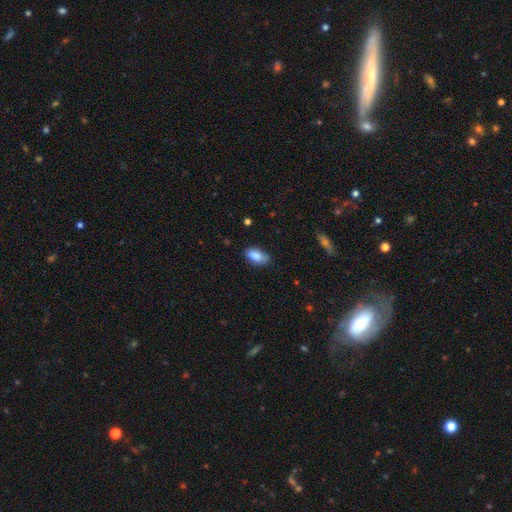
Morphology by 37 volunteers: A smooth galaxy with no disk features (89%) that is in between round and cigar-shaped (97%).

Vote fractions:
- Smooth or featured? smooth: 89% / featured or disk: 8% / star or artifact: 3%
- How rounded? in between: 97% / round: 3% / cigar-shaped: 0%
- Merging? none: 61% / minor disturbance: 31% / major disturbance: 6% / merger: 3%